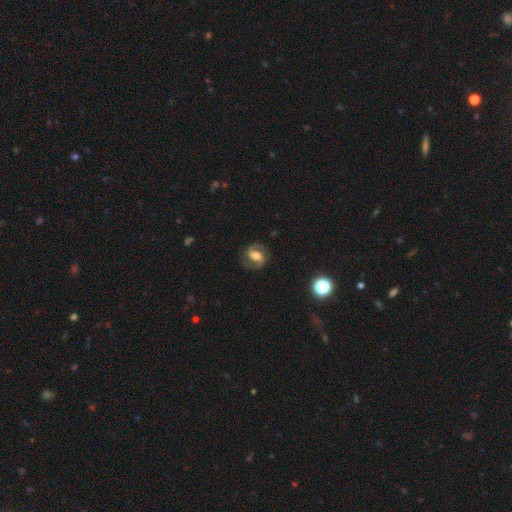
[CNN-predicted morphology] A featured or disk galaxy (82%) with a weak bar (45%), 2 (92%) medium (57%) spiral arms (95%) and a moderate central bulge (62%).

Vote fractions:
- Smooth or featured? featured or disk: 82% / smooth: 11% / star or artifact: 7%
- Edge-on disk? no: 97% / yes: 3%
- Bar? weak: 45% / strong: 30% / no: 25%
- Spiral arms? yes: 95% / no: 5%
- Spiral winding? medium: 57% / tight: 24% / loose: 18%
- Spiral arm count? 2: 92% / can't tell: 3% / 1: 2% / 3: 1% / 4: 1% / more than 4: 1%
- Bulge size? moderate: 62% / large: 20% / small: 15% / none: 2% / dominant: 2%
- Merging? none: 83% / minor disturbance: 11% / major disturbance: 5% / merger: 1%